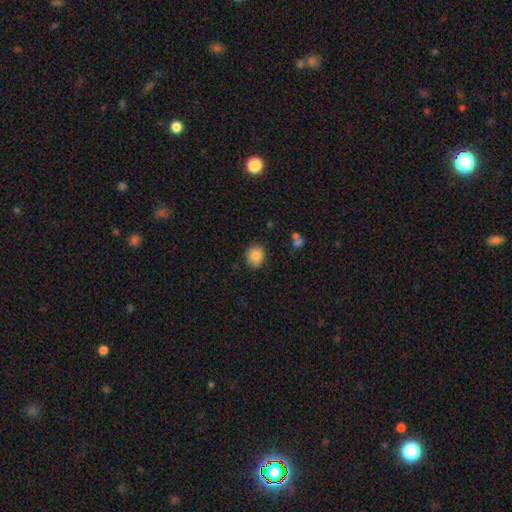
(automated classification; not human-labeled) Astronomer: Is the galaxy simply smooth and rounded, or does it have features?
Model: smooth — 85%.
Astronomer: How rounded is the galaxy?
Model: round — 75%.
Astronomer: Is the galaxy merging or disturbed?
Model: none — 84%.